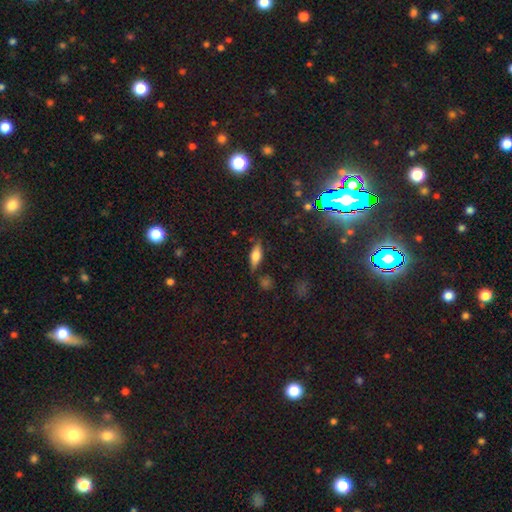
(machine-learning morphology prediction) smooth 51%, featured or disk 40%, star or artifact 9%. Down the decision tree: how rounded — in between (62%); merging — none (79%).